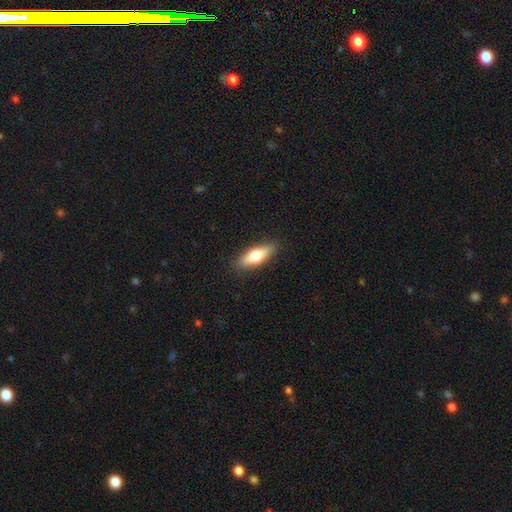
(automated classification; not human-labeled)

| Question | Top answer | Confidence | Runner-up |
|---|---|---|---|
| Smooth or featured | smooth | 69% | featured or disk (25%) |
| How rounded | in between | 61% | cigar-shaped (36%) |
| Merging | none | 88% | minor disturbance (9%) |